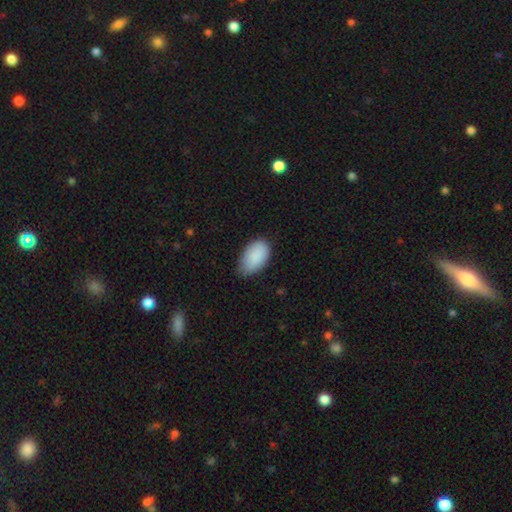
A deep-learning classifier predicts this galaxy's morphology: A smooth galaxy with no disk features (89%) that is in between round and cigar-shaped (94%).

Vote fractions:
- Smooth or featured? smooth: 89% / star or artifact: 6% / featured or disk: 5%
- How rounded? in between: 94% / round: 4% / cigar-shaped: 1%
- Merging? none: 63% / minor disturbance: 31% / major disturbance: 4% / merger: 1%